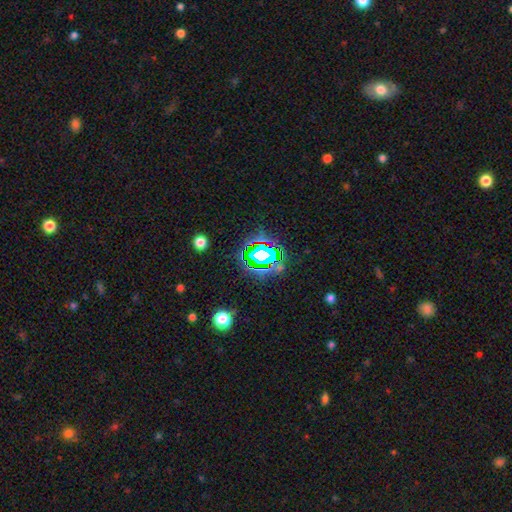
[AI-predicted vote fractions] Smooth or featured? star or artifact (68%)